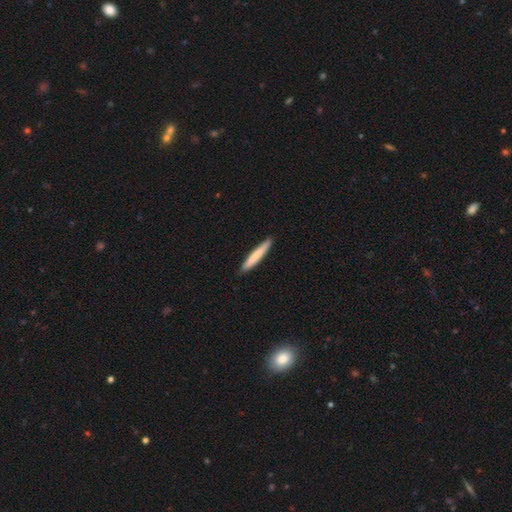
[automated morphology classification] A smooth galaxy with no disk features (76%) that is cigar-shaped (95%).

Vote fractions:
- Smooth or featured? smooth: 76% / featured or disk: 19% / star or artifact: 5%
- How rounded? cigar-shaped: 95% / in between: 4% / round: 1%
- Merging? none: 90% / minor disturbance: 8% / major disturbance: 1% / merger: 1%